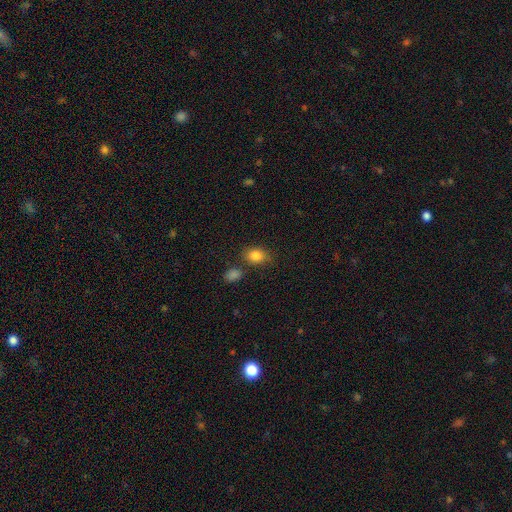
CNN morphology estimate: This is clearly a smooth galaxy (84%). How rounded: likely in between (66%). Merging: likely none (73%).